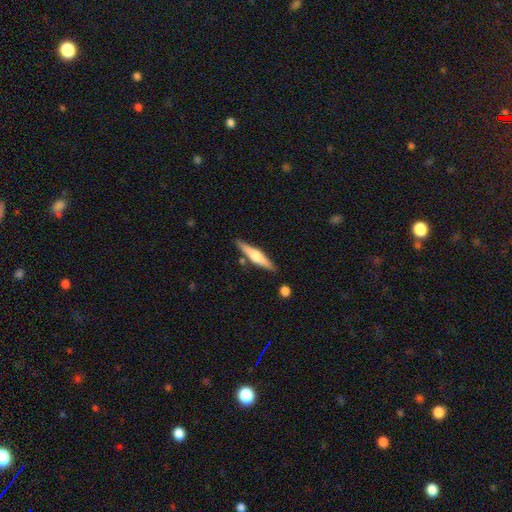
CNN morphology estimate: Overall: featured or disk (57%; smooth 37%). Edge-on disk: yes (97%). Edge-on bulge: rounded (85%). Merging: none (84%).